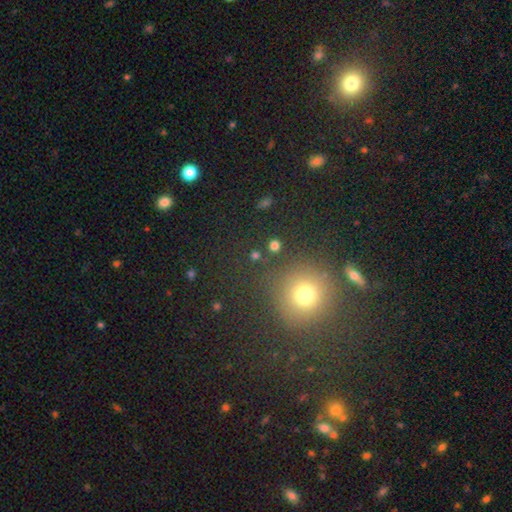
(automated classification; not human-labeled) Smooth or featured? smooth (58%)
How rounded? round (88%)
Merging? none (83%)